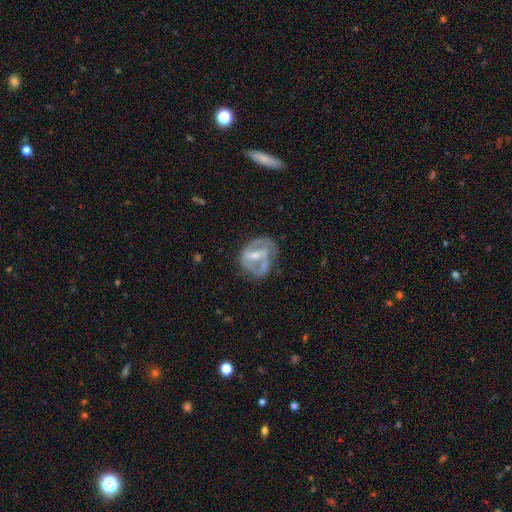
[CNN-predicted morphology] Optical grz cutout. It shows a featured or disk galaxy (75%) with a strong bar (42%), 2 (68%) medium (46%) spiral arms (73%) and a moderate central bulge (48%). Merging: none (54%).